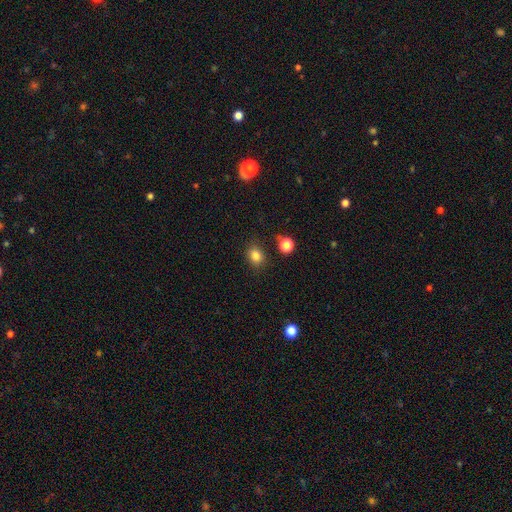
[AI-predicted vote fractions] Smooth or featured? smooth (82%)
How rounded? round (56%)
Merging? none (83%)